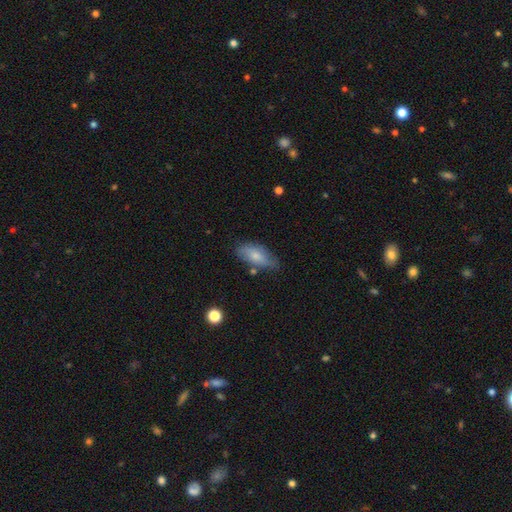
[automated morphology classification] This appears to be a smooth galaxy with no disk features (76%) that is in between round and cigar-shaped (85%). Merging: none (68%).